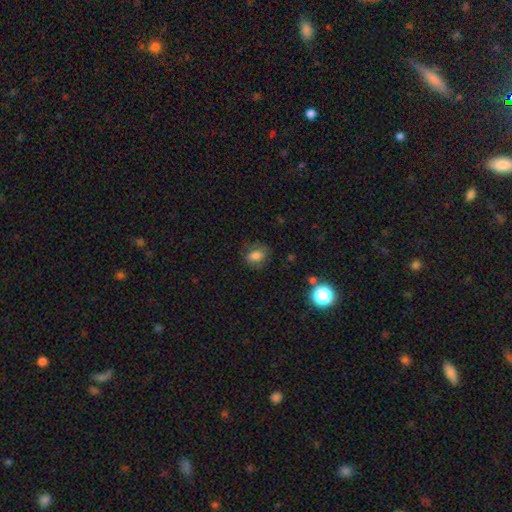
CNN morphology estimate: A smooth galaxy with no disk features (75%) that is in between round and cigar-shaped (65%).

Vote fractions:
- Smooth or featured? smooth: 75% / featured or disk: 13% / star or artifact: 12%
- How rounded? in between: 65% / round: 33% / cigar-shaped: 2%
- Merging? none: 72% / minor disturbance: 18% / major disturbance: 8% / merger: 1%